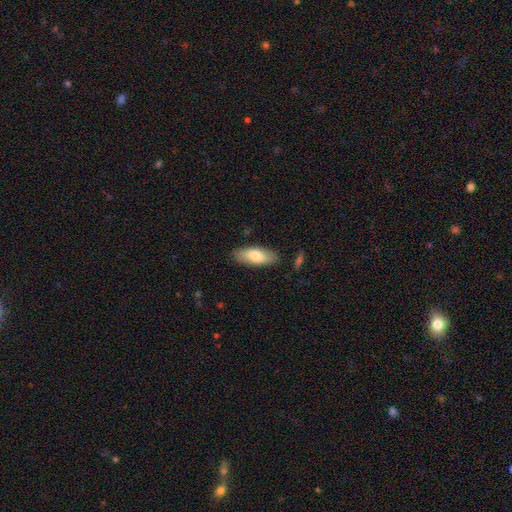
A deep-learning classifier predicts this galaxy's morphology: Q: Smooth or featured?
A: smooth (77%); runner-up: featured or disk (18%)
Q: How rounded?
A: in between (79%); runner-up: cigar-shaped (19%)
Q: Merging?
A: none (85%); runner-up: minor disturbance (11%)